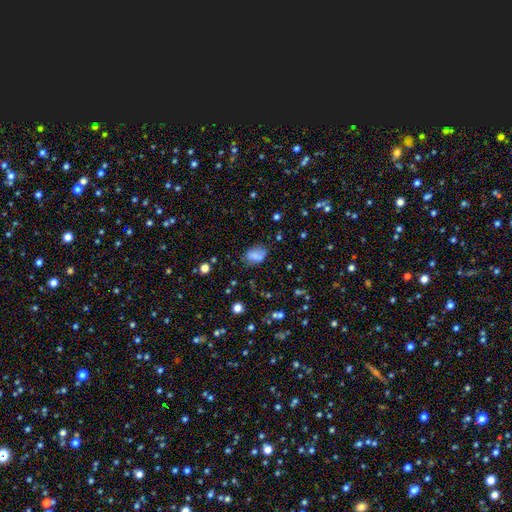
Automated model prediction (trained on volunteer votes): Q: Smooth or featured?
A: smooth (74%); runner-up: featured or disk (13%)
Q: How rounded?
A: in between (79%); runner-up: round (20%)
Q: Merging?
A: none (62%); runner-up: minor disturbance (25%)